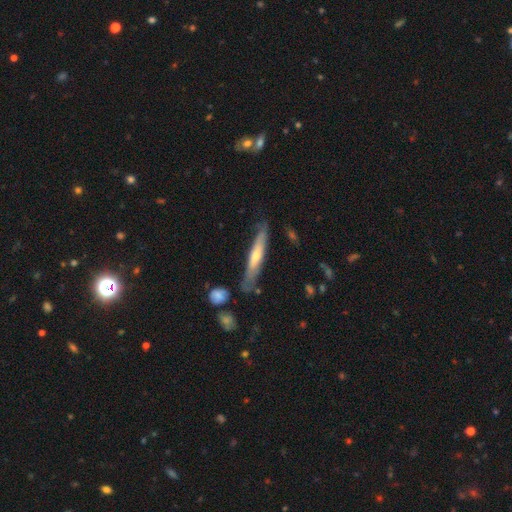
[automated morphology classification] smooth-or-featured: featured or disk: 51% | smooth: 43% | star or artifact: 6%
  disk-edge-on: yes: 83% | no: 17%
  merging: none: 75% | minor disturbance: 18% | major disturbance: 4% | merger: 3%